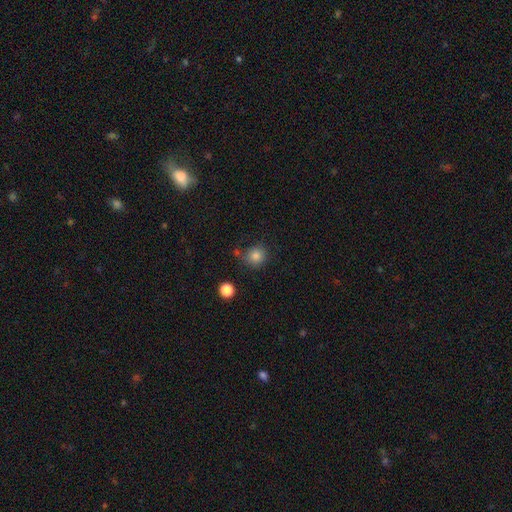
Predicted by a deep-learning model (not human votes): The model was most divided on "merging": none: 73%, minor disturbance: 15%, merger: 8%, major disturbance: 5%. More confident: how rounded — round (87%); smooth or featured — smooth (83%).